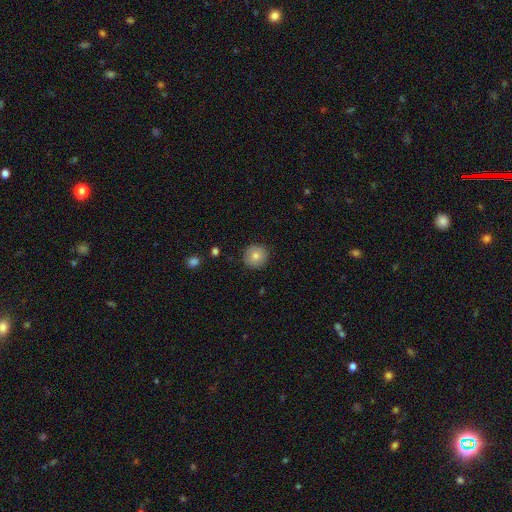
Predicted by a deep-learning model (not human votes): Smooth or featured?
  - smooth: 76% *
  - featured or disk: 15%
  - star or artifact: 9%
How rounded?
  - round: 94% *
  - in between: 5%
  - cigar-shaped: 1%
Merging?
  - none: 89% *
  - minor disturbance: 8%
  - major disturbance: 2%
  - merger: 1%